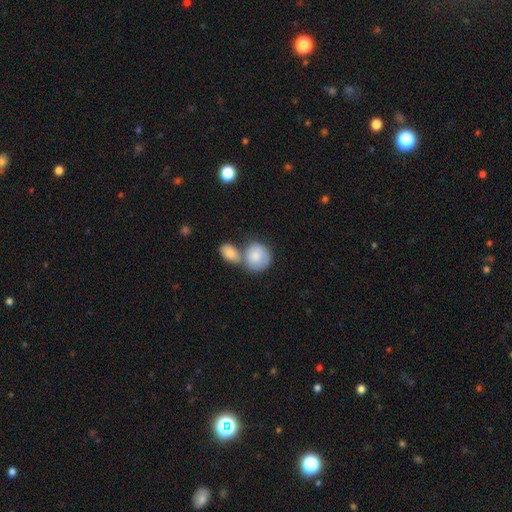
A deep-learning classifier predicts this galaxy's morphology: smooth-or-featured: smooth: 82% | featured or disk: 12% | star or artifact: 6%
  how-rounded: round: 71% | in between: 28% | cigar-shaped: 1%
  merging: merger: 51% | none: 33% | minor disturbance: 11% | major disturbance: 5%